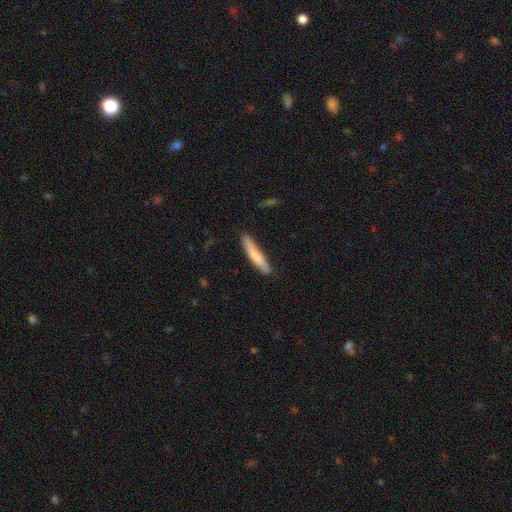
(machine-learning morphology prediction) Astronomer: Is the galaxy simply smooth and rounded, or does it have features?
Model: smooth — 73%.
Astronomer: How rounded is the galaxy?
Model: cigar-shaped — 92%.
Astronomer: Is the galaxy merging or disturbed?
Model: none — 82%.